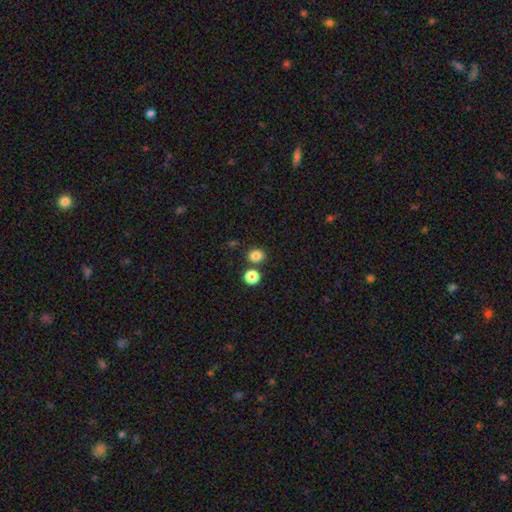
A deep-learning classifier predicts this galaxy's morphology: Smooth or featured? smooth (83%)
How rounded? round (82%)
Merging? none (77%)